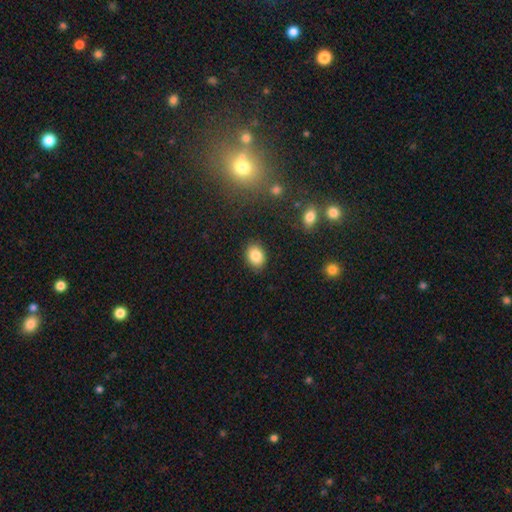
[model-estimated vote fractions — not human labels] Morphology: type=smooth (85%); roundness=in between (67%); merging=none (87%).